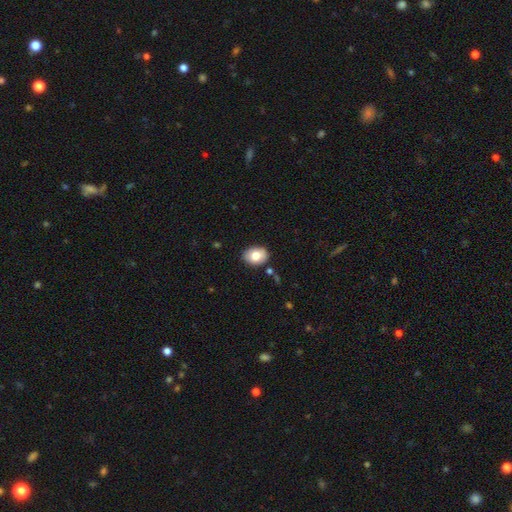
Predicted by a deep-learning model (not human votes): Morphology: type=smooth (79%); roundness=in between (68%); merging=none (85%).